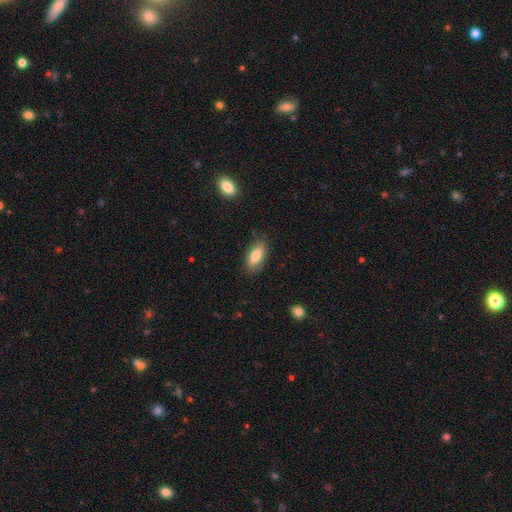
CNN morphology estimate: A smooth galaxy with no disk features (75%) that is in between round and cigar-shaped (81%). Merging: none (81%).